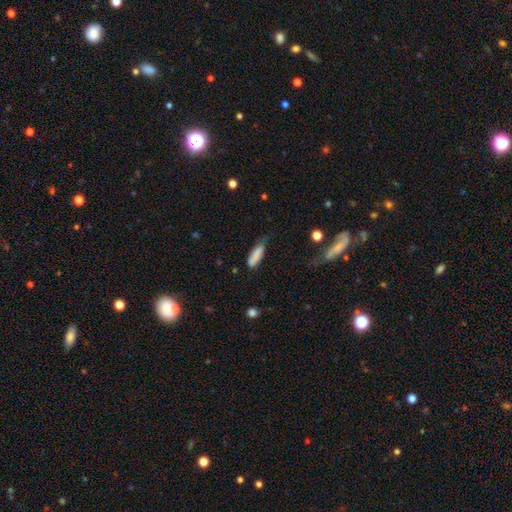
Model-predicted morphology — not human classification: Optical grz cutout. It shows a smooth galaxy with no disk features (82%) that is in between round and cigar-shaped (53%). Merging: none (45%).